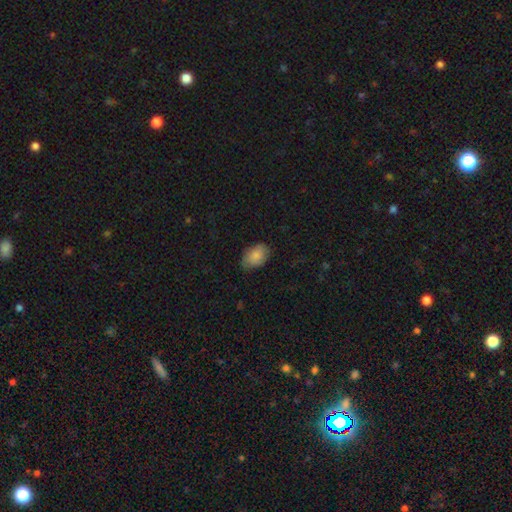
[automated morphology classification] type=smooth (83%); roundness=in between (86%); merging=none (67%).